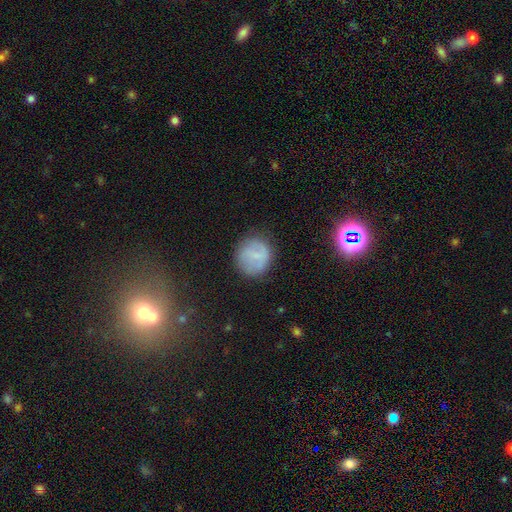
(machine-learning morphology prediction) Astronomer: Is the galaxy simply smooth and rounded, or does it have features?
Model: smooth — 69%.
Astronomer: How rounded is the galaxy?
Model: round — 89%.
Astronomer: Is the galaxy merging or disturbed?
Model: none — 80%.